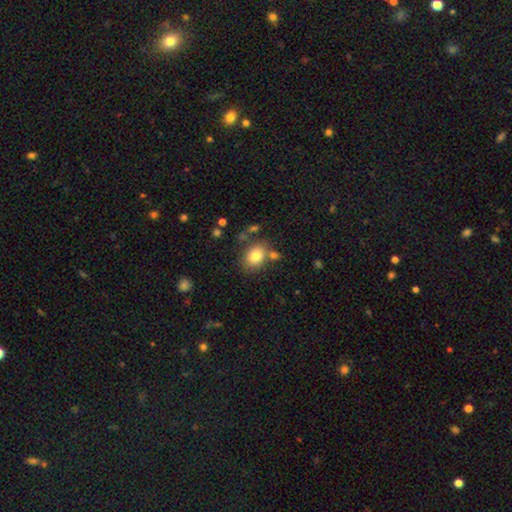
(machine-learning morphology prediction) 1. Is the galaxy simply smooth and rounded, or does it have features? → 80% smooth, 10% featured or disk, 9% star or artifact.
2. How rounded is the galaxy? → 64% in between, 35% round, 1% cigar-shaped.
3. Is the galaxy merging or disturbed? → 69% none, 14% minor disturbance, 12% merger, 5% major disturbance.